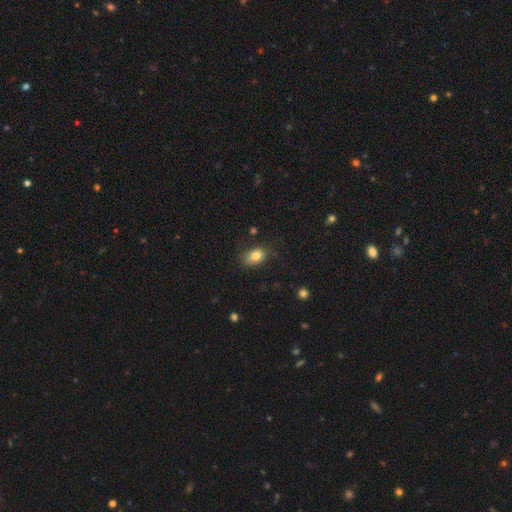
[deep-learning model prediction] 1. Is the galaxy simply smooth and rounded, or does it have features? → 80% smooth, 10% featured or disk, 10% star or artifact.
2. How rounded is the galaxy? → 80% in between, 18% round, 2% cigar-shaped.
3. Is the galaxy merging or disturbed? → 74% none, 19% minor disturbance, 5% major disturbance, 2% merger.